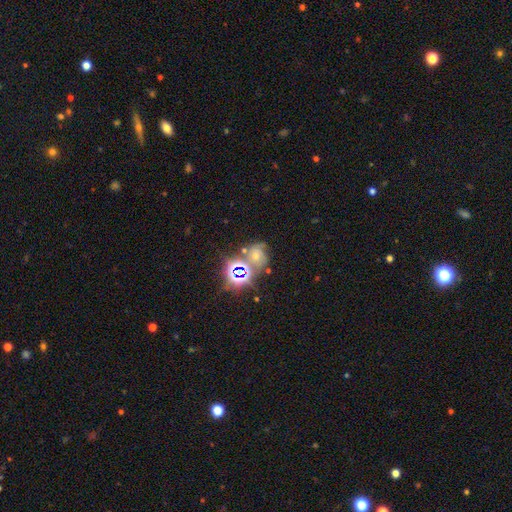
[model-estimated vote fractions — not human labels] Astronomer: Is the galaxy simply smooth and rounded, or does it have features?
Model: star or artifact — 54%.